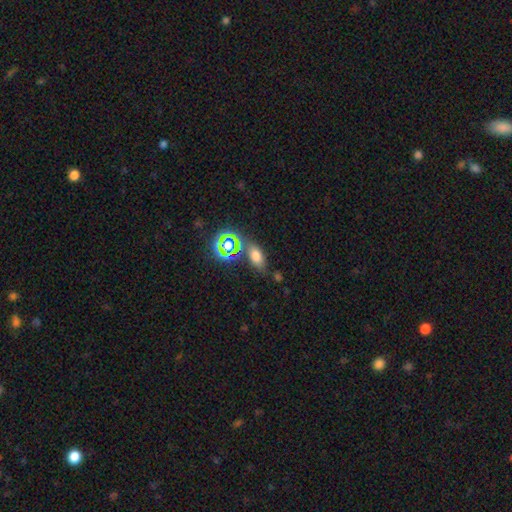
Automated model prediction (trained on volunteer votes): This appears to be a smooth galaxy with no disk features (65%) that is in between round and cigar-shaped (79%). Merging: none (69%).